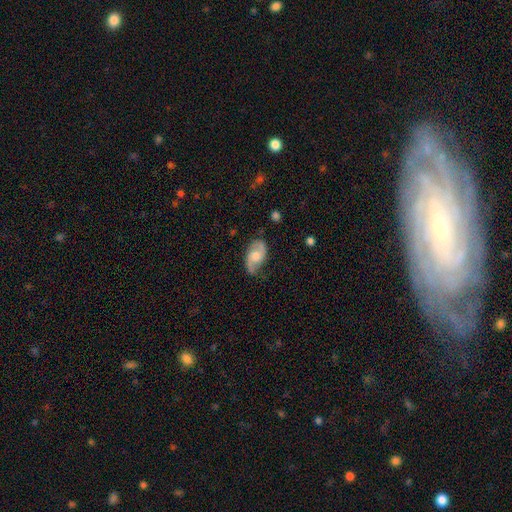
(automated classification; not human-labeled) This is likely a featured or disk galaxy (71%). It is clearly not viewed edge-on (96%). Bar: likely no (61%). Spiral arm pattern: clearly yes (93%). Spiral arm count: clearly 2 (89%). Spiral winding: possibly medium (45%). Central bulge: possibly moderate (49%). Merging: likely none (71%).